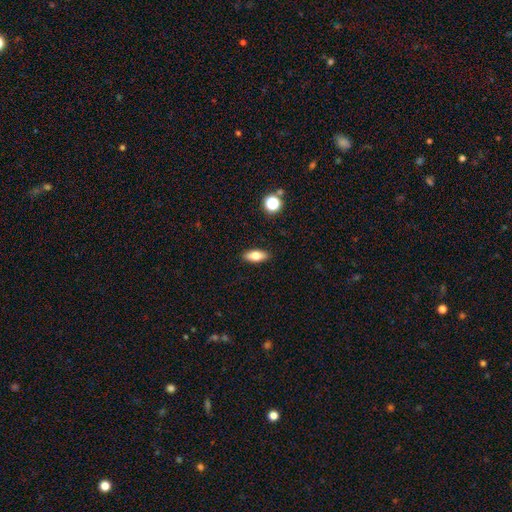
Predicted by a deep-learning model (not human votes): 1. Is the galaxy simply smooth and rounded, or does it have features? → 75% smooth, 17% featured or disk, 8% star or artifact.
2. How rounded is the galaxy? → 78% in between, 18% cigar-shaped, 4% round.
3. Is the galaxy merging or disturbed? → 89% none, 7% minor disturbance, 2% major disturbance, 1% merger.